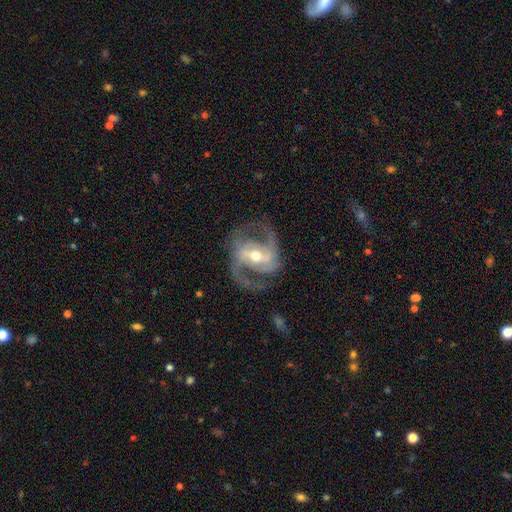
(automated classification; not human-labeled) Smooth or featured: featured or disk — 91% (star or artifact — 5%)
Edge-on disk: no — 97% (yes — 3%)
Bar: strong — 50% (weak — 37%)
Spiral arms: yes — 97% (no — 3%)
Spiral winding: medium — 58% (loose — 25%)
Spiral arm count: 2 — 86% (3 — 6%)
Bulge size: moderate — 64% (small — 31%)
Merging: none — 73% (minor disturbance — 15%)